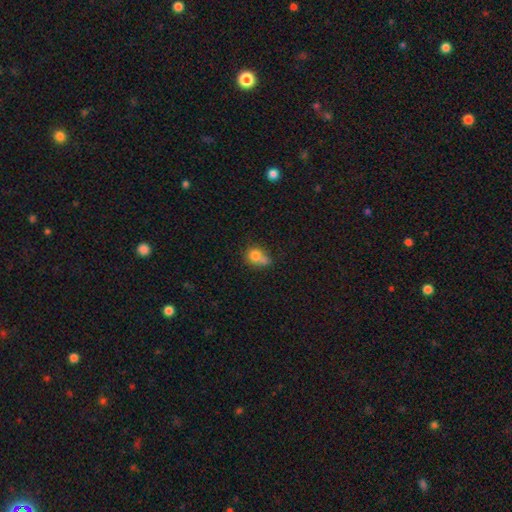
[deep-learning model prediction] Smooth or featured? smooth (77%)
How rounded? round (61%)
Merging? none (34%)